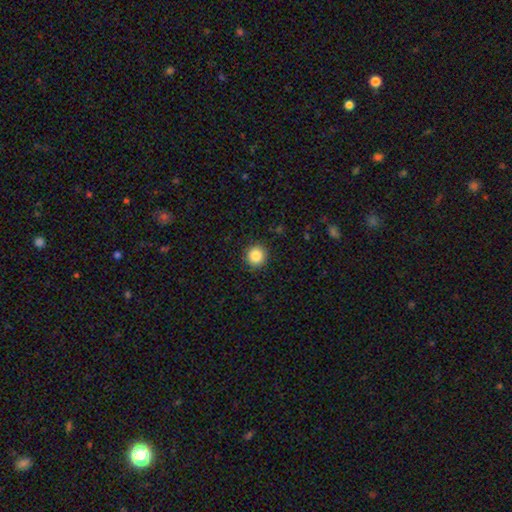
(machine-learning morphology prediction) Q: Smooth or featured?
A: smooth (85%); runner-up: star or artifact (10%)
Q: How rounded?
A: round (93%); runner-up: in between (6%)
Q: Merging?
A: none (91%); runner-up: minor disturbance (6%)